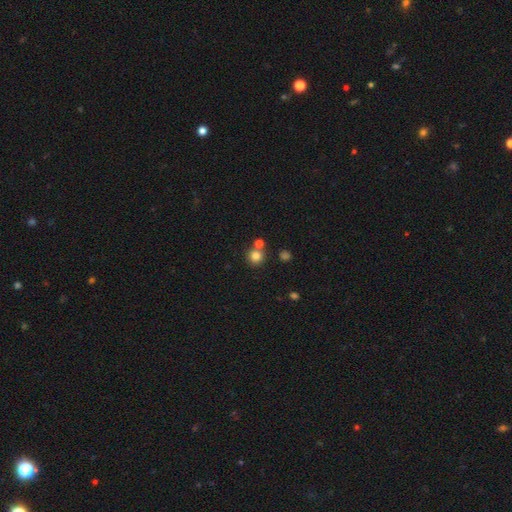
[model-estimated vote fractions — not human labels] Smooth or featured: smooth — 81% (star or artifact — 13%)
How rounded: round — 92% (in between — 7%)
Merging: none — 69% (merger — 21%)